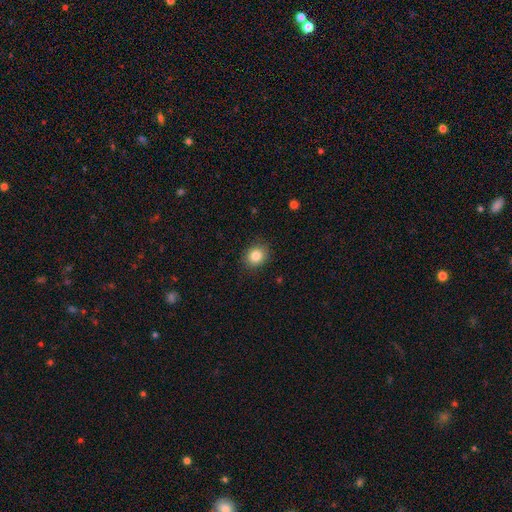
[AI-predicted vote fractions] Overall: smooth (83%). How rounded: round (70%). Merging: none (88%).